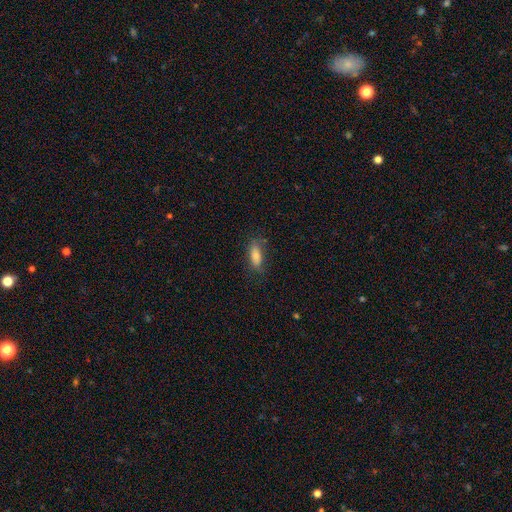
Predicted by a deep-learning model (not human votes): Smooth or featured: smooth — 76% (featured or disk — 16%)
How rounded: in between — 64% (cigar-shaped — 33%)
Merging: none — 75% (minor disturbance — 18%)